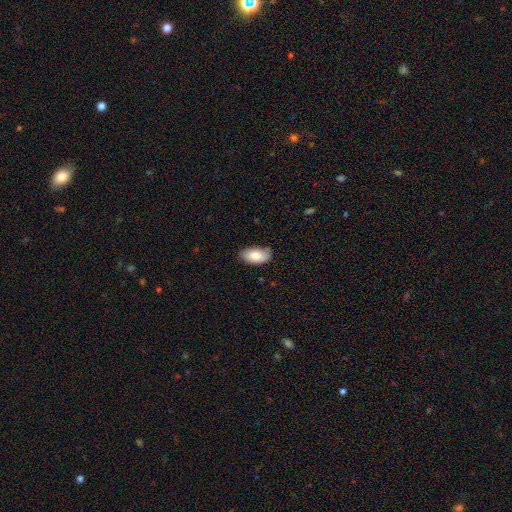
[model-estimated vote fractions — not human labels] A smooth galaxy with no disk features (84%) that is in between round and cigar-shaped (94%).

Vote fractions:
- Smooth or featured? smooth: 84% / featured or disk: 10% / star or artifact: 7%
- How rounded? in between: 94% / round: 3% / cigar-shaped: 3%
- Merging? none: 75% / minor disturbance: 20% / major disturbance: 3% / merger: 1%